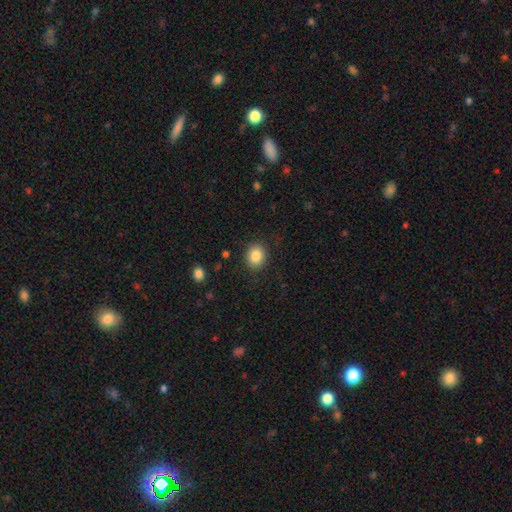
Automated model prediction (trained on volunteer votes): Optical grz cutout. It shows a smooth galaxy with no disk features (85%) that is round (63%). Merging: none (86%).